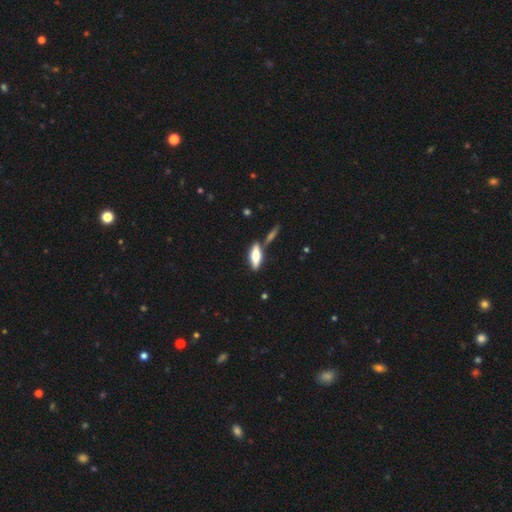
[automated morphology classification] Smooth or featured? smooth (58%)
How rounded? in between (60%)
Merging? none (70%)